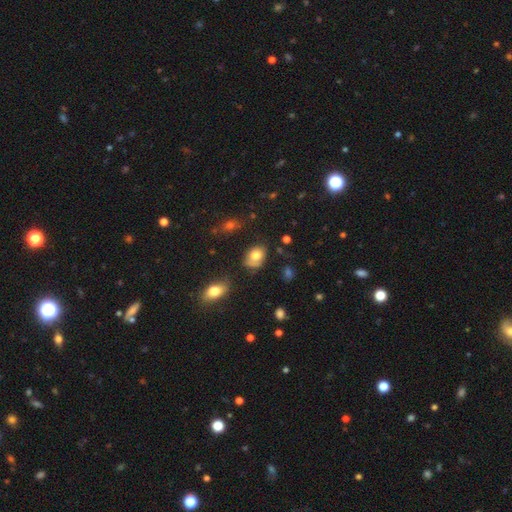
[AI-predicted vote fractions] A smooth galaxy with no disk features (74%) that is in between round and cigar-shaped (67%).

Vote fractions:
- Smooth or featured? smooth: 74% / featured or disk: 16% / star or artifact: 10%
- How rounded? in between: 67% / round: 32% / cigar-shaped: 1%
- Merging? none: 51% / minor disturbance: 31% / major disturbance: 13% / merger: 6%